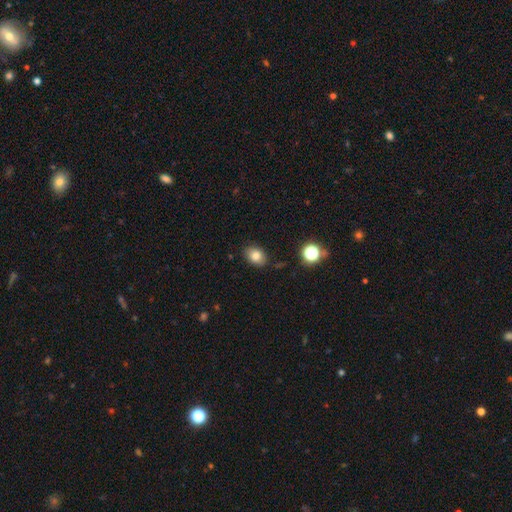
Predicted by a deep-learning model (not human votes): Smooth or featured? smooth (82%)
How rounded? in between (71%)
Merging? none (84%)